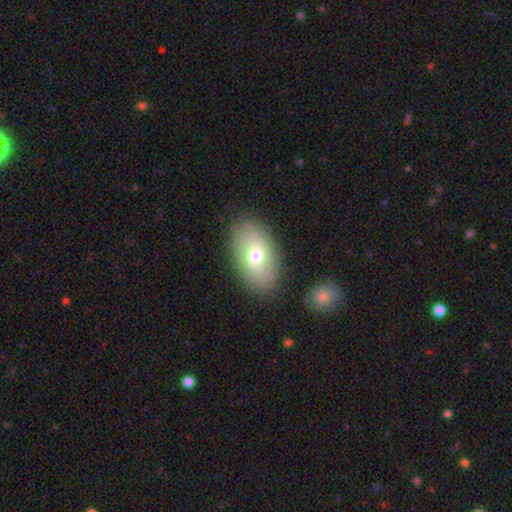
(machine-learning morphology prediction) Q: Smooth or featured?
A: smooth (68%); runner-up: featured or disk (24%)
Q: How rounded?
A: in between (92%); runner-up: round (7%)
Q: Merging?
A: none (84%); runner-up: minor disturbance (10%)